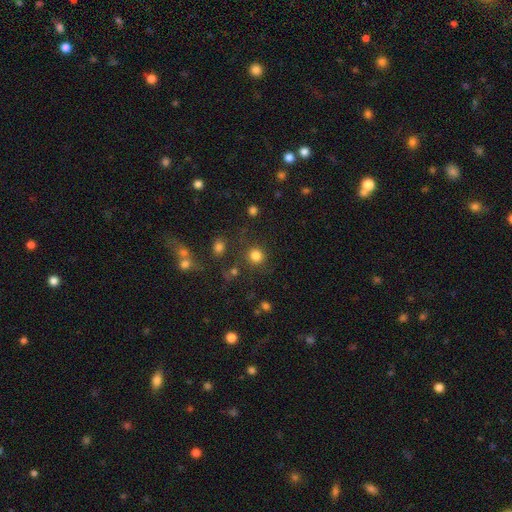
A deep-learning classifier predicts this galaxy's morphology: smooth-or-featured: smooth: 81% | star or artifact: 14% | featured or disk: 5%
  how-rounded: round: 92% | in between: 7% | cigar-shaped: 1%
  merging: none: 82% | minor disturbance: 8% | merger: 6% | major disturbance: 5%